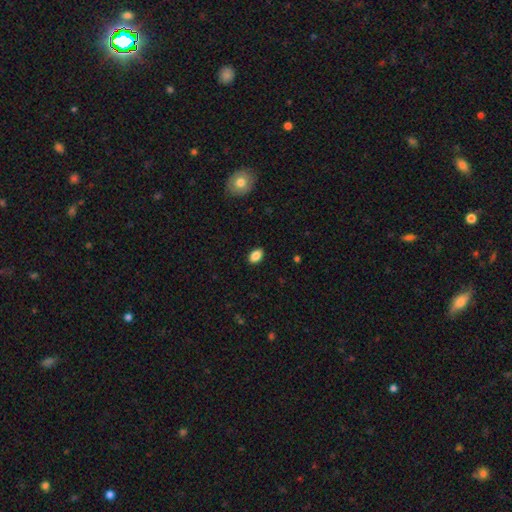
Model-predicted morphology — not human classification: type=smooth (88%); roundness=in between (86%); merging=none (89%).